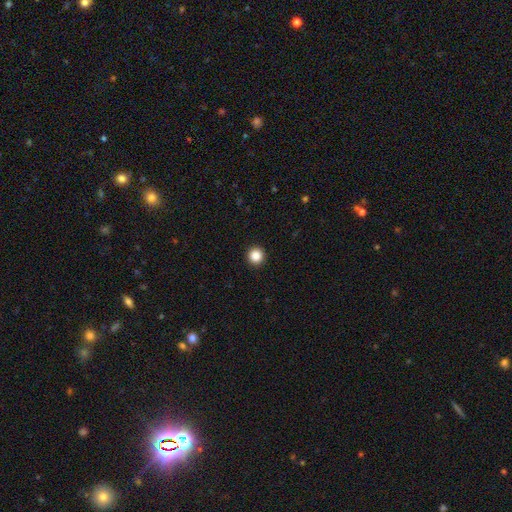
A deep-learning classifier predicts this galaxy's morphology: A smooth galaxy with no disk features (87%) that is round (96%). Merging: none (94%).